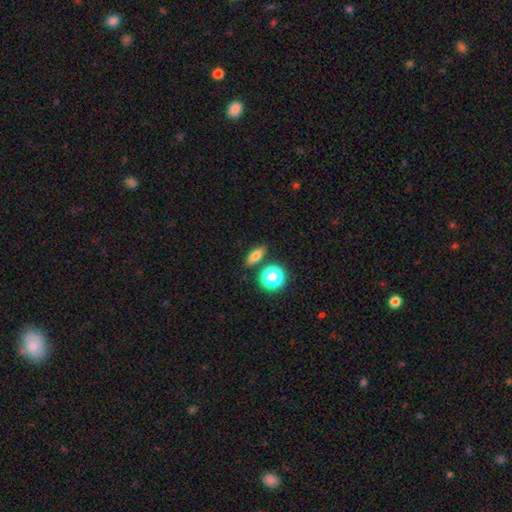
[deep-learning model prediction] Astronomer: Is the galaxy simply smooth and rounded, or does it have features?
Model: smooth — 65%.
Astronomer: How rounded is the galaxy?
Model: in between — 55%.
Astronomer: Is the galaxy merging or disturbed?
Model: none — 84%.